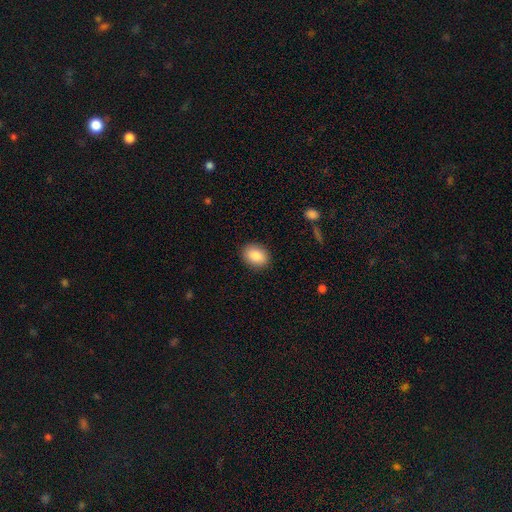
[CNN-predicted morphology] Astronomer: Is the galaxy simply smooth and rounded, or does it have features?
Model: smooth — 86%.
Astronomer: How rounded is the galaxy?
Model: in between — 63%.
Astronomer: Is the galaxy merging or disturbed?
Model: none — 89%.